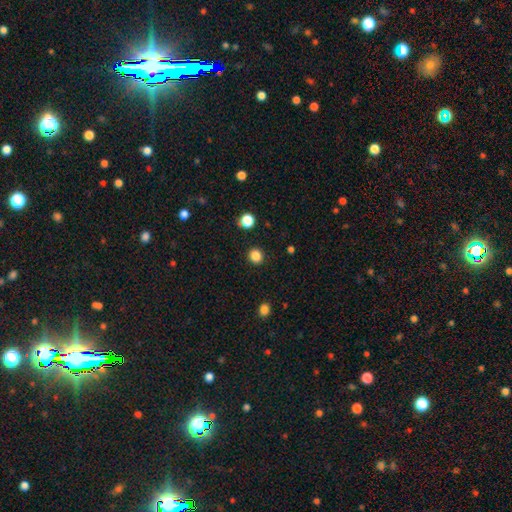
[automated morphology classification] Overall: smooth (85%). How rounded: round (88%). Merging: none (92%).